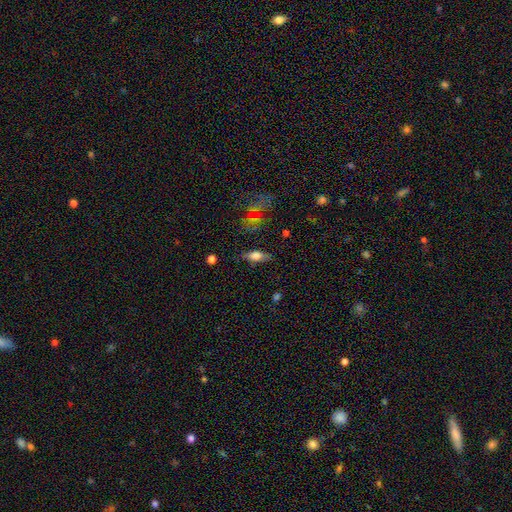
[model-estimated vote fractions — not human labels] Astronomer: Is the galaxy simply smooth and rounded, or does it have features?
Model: smooth — 65%.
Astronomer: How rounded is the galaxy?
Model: in between — 70%.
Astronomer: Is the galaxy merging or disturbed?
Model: none — 79%.